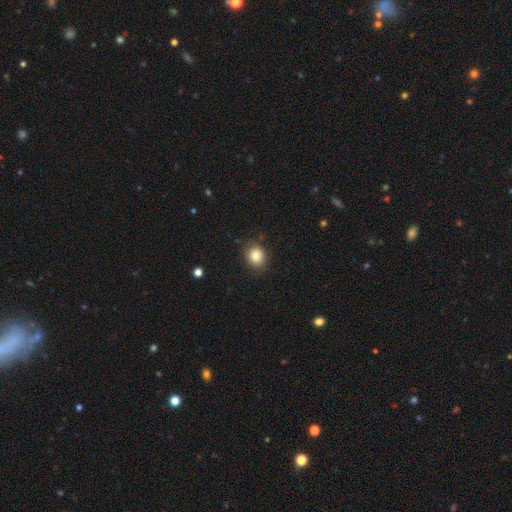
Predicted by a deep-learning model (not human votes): Smooth or featured? smooth (83%)
How rounded? round (67%)
Merging? none (83%)